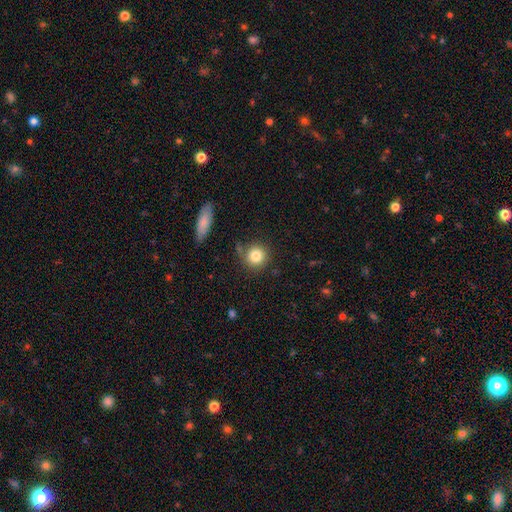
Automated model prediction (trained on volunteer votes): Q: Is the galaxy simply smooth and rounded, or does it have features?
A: smooth — 82%.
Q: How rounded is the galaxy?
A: round — 92%.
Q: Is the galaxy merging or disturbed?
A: none — 79%.